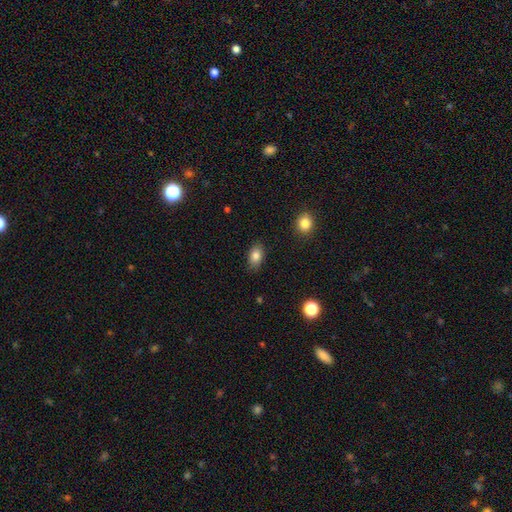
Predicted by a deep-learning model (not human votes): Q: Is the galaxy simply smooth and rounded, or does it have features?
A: smooth — 83%.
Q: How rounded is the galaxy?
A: in between — 85%.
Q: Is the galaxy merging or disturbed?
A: none — 84%.